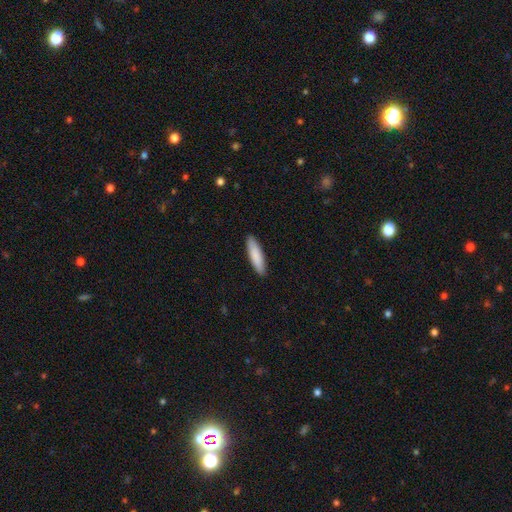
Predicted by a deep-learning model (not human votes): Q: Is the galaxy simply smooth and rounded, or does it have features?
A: smooth — 87%.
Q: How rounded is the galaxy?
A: cigar-shaped — 68%.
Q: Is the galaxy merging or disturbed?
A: none — 90%.